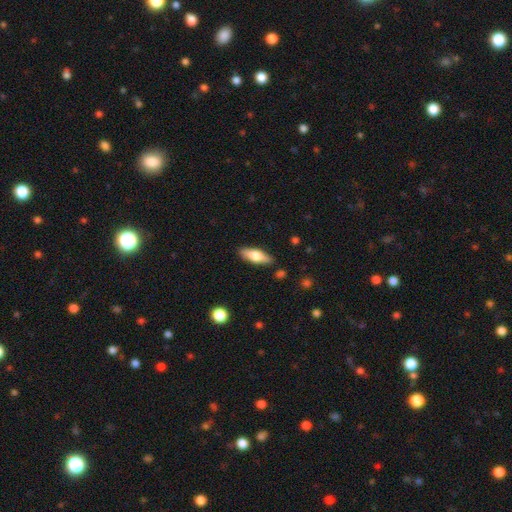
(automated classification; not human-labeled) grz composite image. It shows a smooth galaxy with no disk features (63%) that is in between round and cigar-shaped (62%). Merging: none (87%).